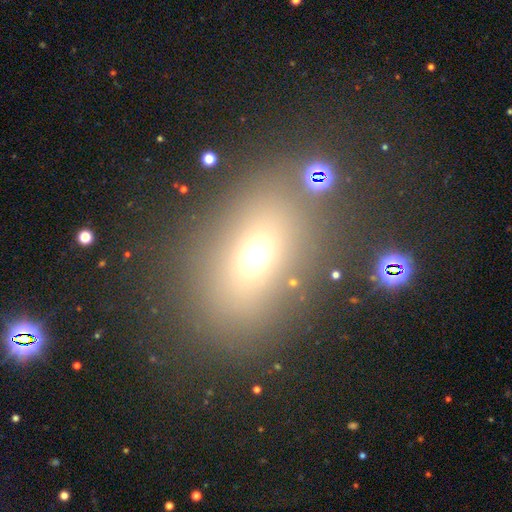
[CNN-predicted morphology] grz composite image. It shows a smooth galaxy with no disk features (61%) that is in between round and cigar-shaped (65%). Merging: none (78%).